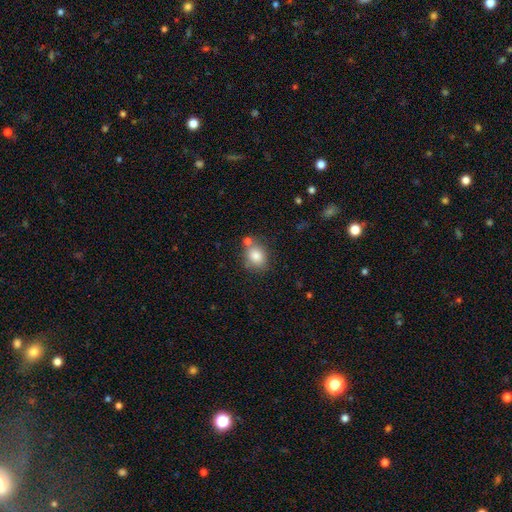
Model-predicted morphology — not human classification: smooth 82%, star or artifact 9%, featured or disk 8%. Down the decision tree: how rounded — round (54%); merging — none (64%).